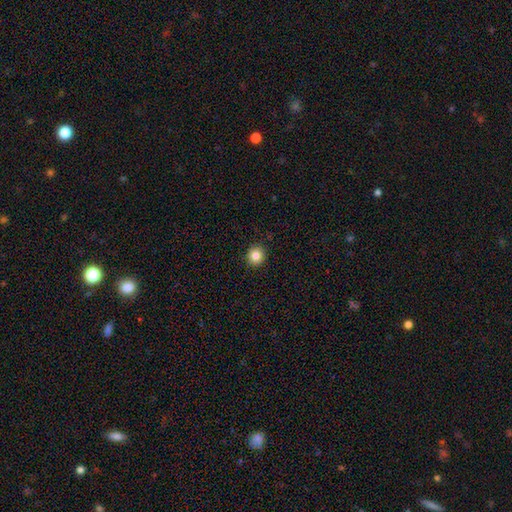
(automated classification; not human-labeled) This is clearly a smooth galaxy (83%). How rounded: clearly round (87%). Merging: clearly none (91%).